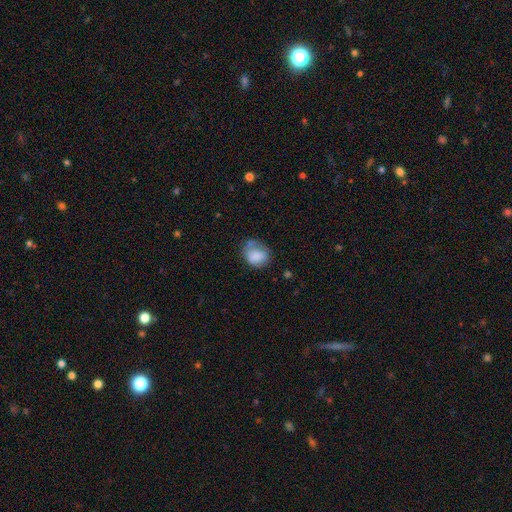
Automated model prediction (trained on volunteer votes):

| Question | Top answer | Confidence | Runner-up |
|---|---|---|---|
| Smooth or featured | smooth | 80% | featured or disk (12%) |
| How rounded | in between | 50% | round (49%) |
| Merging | none | 45% | minor disturbance (30%) |